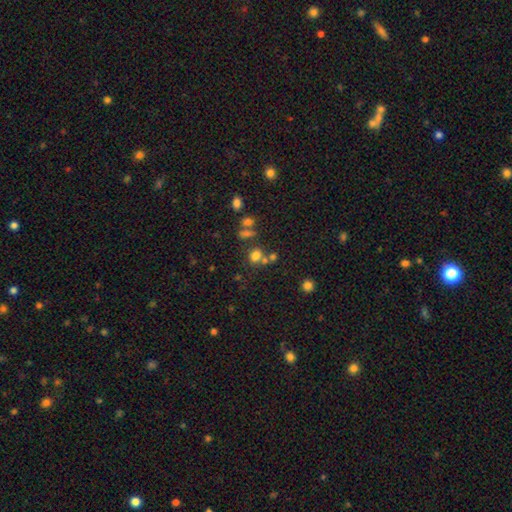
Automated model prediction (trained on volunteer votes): Smooth or featured?
  - smooth: 71% *
  - star or artifact: 20%
  - featured or disk: 10%
How rounded?
  - round: 64% *
  - in between: 34%
  - cigar-shaped: 1%
Merging?
  - none: 54% *
  - merger: 30%
  - minor disturbance: 11%
  - major disturbance: 6%